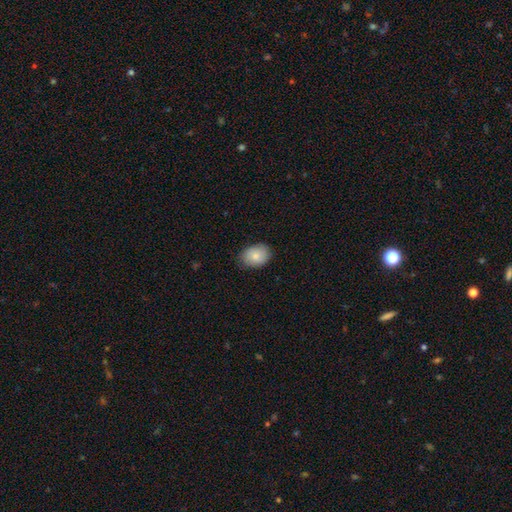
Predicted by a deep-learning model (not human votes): Smooth or featured? Predicted: smooth (p=0.83). How rounded? Predicted: in between (p=0.71). Merging? Predicted: none (p=0.83).